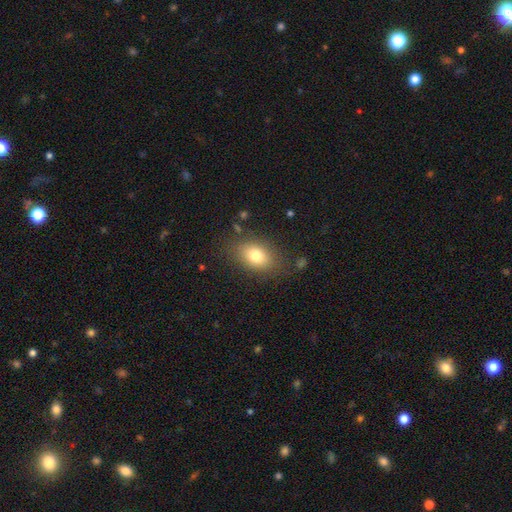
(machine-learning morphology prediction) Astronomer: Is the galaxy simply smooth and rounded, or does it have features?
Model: smooth — 79%.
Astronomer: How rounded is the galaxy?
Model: in between — 80%.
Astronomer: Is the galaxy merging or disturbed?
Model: none — 79%.